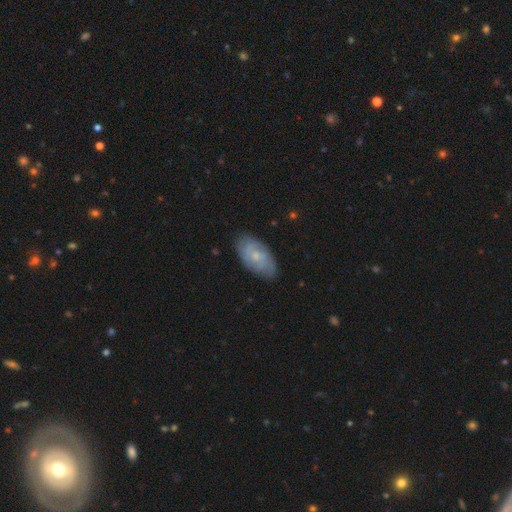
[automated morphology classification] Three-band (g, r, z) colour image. It shows a featured or disk galaxy (60%) with no bar (72%), spiral arms (85%) and a small central bulge (63%). Merging: none (79%).